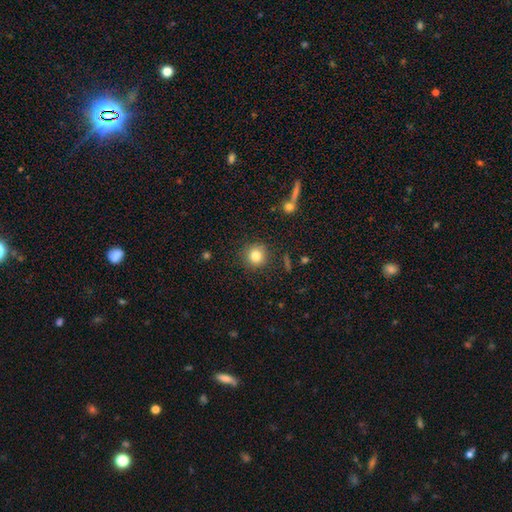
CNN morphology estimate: A smooth galaxy with no disk features (81%) that is round (93%).

Vote fractions:
- Smooth or featured? smooth: 81% / star or artifact: 11% / featured or disk: 8%
- How rounded? round: 93% / in between: 6% / cigar-shaped: 1%
- Merging? none: 88% / minor disturbance: 8% / major disturbance: 3% / merger: 2%